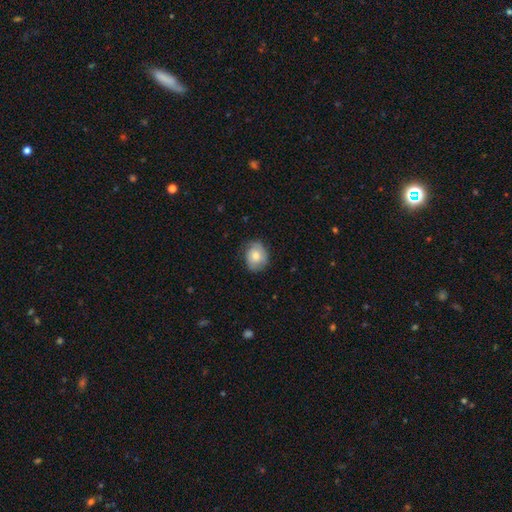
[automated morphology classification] Overall: smooth (68%). How rounded: round (52%; in between 47%). Merging: none (70%).